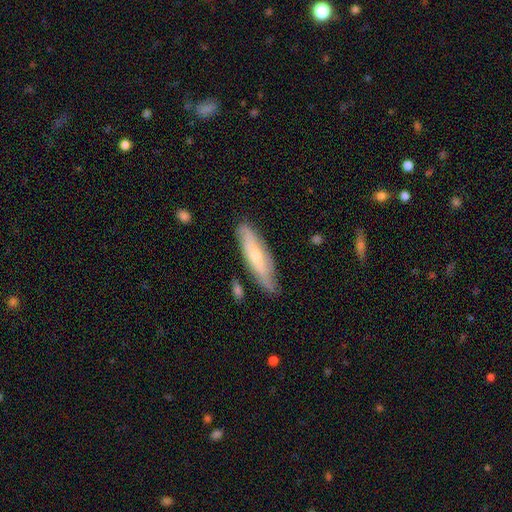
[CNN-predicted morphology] This appears to be a featured or disk galaxy (52%). Merging: none (75%).